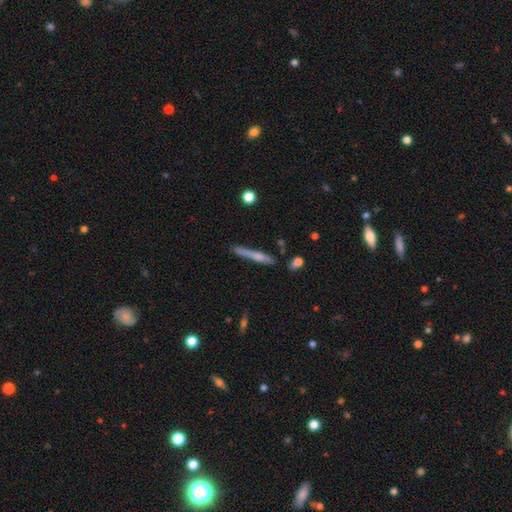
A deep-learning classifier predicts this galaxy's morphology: smooth-or-featured: smooth: 51% | featured or disk: 42% | star or artifact: 7%
  how-rounded: cigar-shaped: 95% | in between: 4% | round: 2%
  merging: none: 73% | minor disturbance: 19% | major disturbance: 5% | merger: 4%